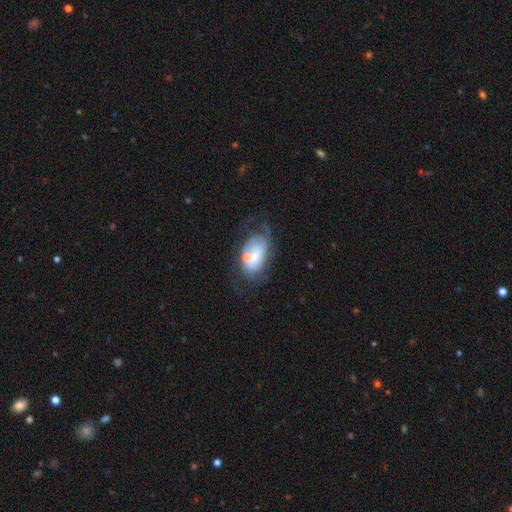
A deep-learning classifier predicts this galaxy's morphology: smooth-or-featured: featured or disk: 51% | smooth: 40% | star or artifact: 8%
  disk-edge-on: no: 95% | yes: 5%
  merging: none: 39% | minor disturbance: 26% | major disturbance: 23% | merger: 12%